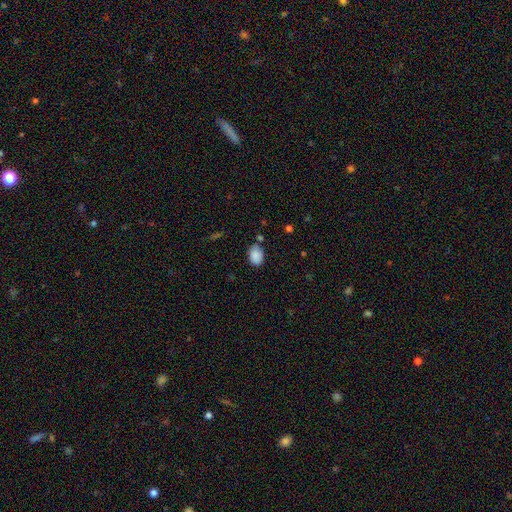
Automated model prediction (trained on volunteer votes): Q: Smooth or featured?
A: smooth (88%); runner-up: star or artifact (8%)
Q: How rounded?
A: in between (76%); runner-up: round (23%)
Q: Merging?
A: none (71%); runner-up: minor disturbance (18%)